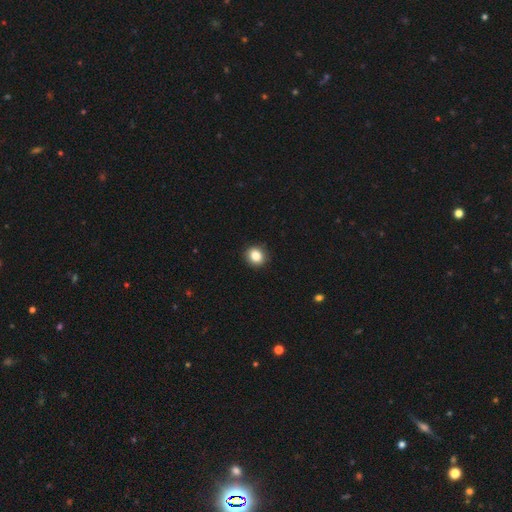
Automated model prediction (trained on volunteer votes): The model was most divided on "how rounded": round: 76%, in between: 23%, cigar-shaped: 1%. More confident: merging — none (91%); smooth or featured — smooth (85%).